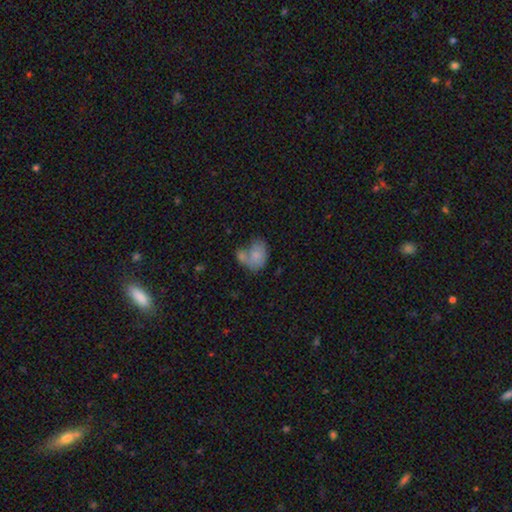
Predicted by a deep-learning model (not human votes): Smooth or featured? smooth (74%)
How rounded? in between (69%)
Merging? merger (51%)